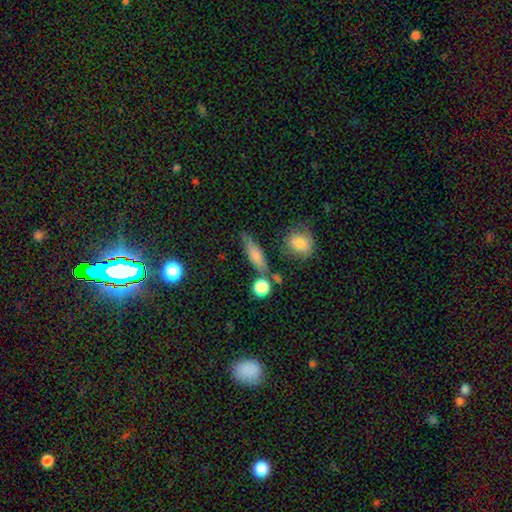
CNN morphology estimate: smooth-or-featured: smooth: 74% | featured or disk: 17% | star or artifact: 9%
  how-rounded: cigar-shaped: 50% | in between: 42% | round: 8%
  merging: none: 67% | minor disturbance: 18% | merger: 10% | major disturbance: 6%